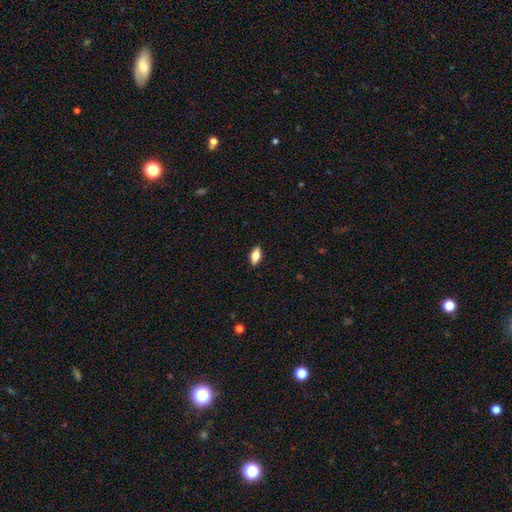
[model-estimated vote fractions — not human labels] smooth-or-featured: smooth: 71% | featured or disk: 22% | star or artifact: 8%
  how-rounded: in between: 84% | cigar-shaped: 12% | round: 4%
  merging: none: 88% | minor disturbance: 9% | major disturbance: 2% | merger: 1%